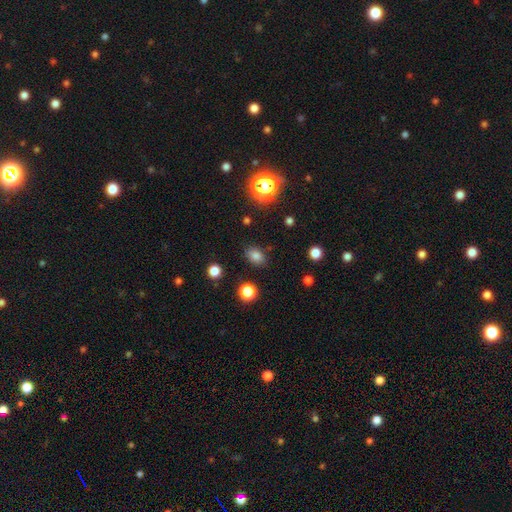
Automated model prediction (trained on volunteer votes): smooth_or_featured: smooth (p=0.79) [alt: star or artifact p=0.15]
how_rounded: in between (p=0.73) [alt: round p=0.26]
merging: none (p=0.84) [alt: minor disturbance p=0.10]